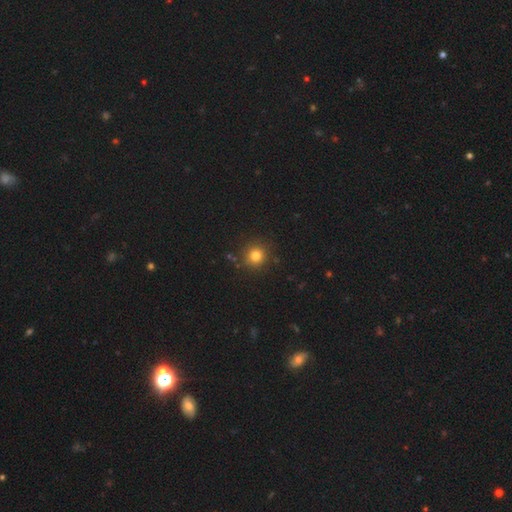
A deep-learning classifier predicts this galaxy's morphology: Smooth or featured? Predicted: smooth (p=0.80). How rounded? Predicted: round (p=0.93). Merging? Predicted: none (p=0.88).